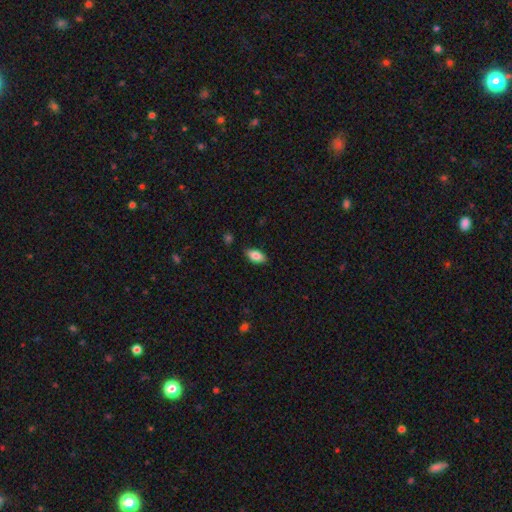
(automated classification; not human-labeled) A smooth galaxy with no disk features (85%) that is in between round and cigar-shaped (91%).

Vote fractions:
- Smooth or featured? smooth: 85% / featured or disk: 8% / star or artifact: 7%
- How rounded? in between: 91% / cigar-shaped: 5% / round: 3%
- Merging? none: 86% / minor disturbance: 10% / major disturbance: 2% / merger: 1%